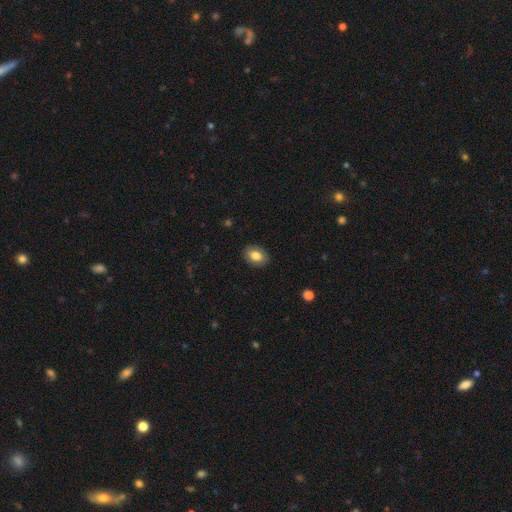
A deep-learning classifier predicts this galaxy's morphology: Smooth or featured? Predicted: smooth (p=0.81). How rounded? Predicted: in between (p=0.78). Merging? Predicted: none (p=0.87).